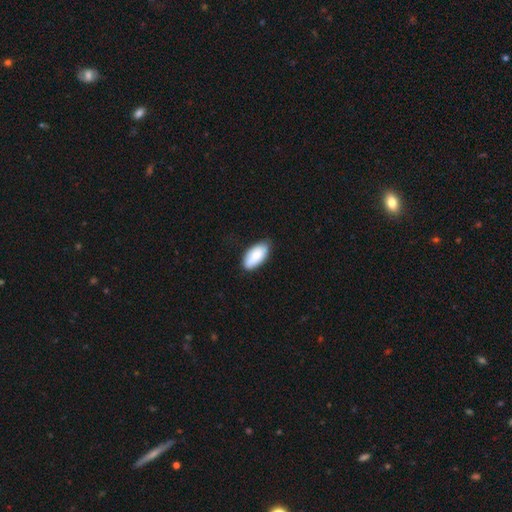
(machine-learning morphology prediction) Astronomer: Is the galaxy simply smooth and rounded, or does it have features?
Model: smooth — 81%.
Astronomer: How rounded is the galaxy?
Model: in between — 92%.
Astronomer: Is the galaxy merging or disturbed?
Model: none — 78%.